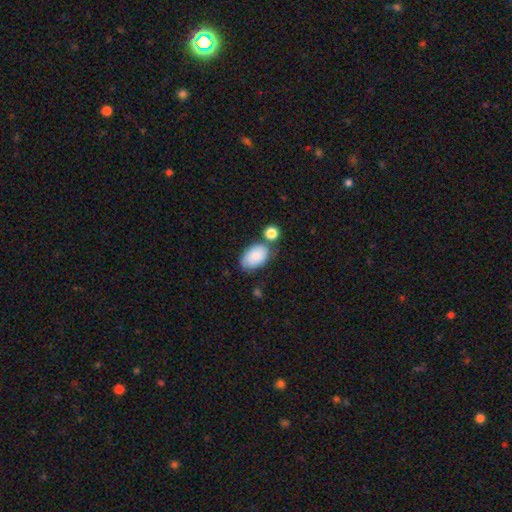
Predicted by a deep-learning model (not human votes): Q: Smooth or featured?
A: smooth (86%); runner-up: featured or disk (8%)
Q: How rounded?
A: in between (93%); runner-up: round (5%)
Q: Merging?
A: none (60%); runner-up: minor disturbance (19%)